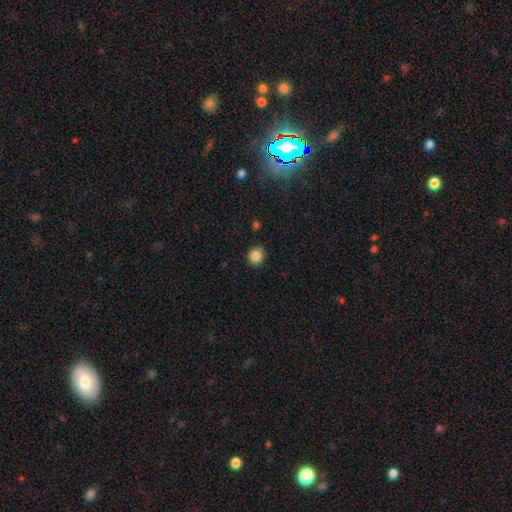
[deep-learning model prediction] Smooth or featured?
  - smooth: 85% *
  - star or artifact: 11%
  - featured or disk: 4%
How rounded?
  - round: 86% *
  - in between: 13%
  - cigar-shaped: 1%
Merging?
  - none: 86% *
  - minor disturbance: 11%
  - major disturbance: 2%
  - merger: 1%